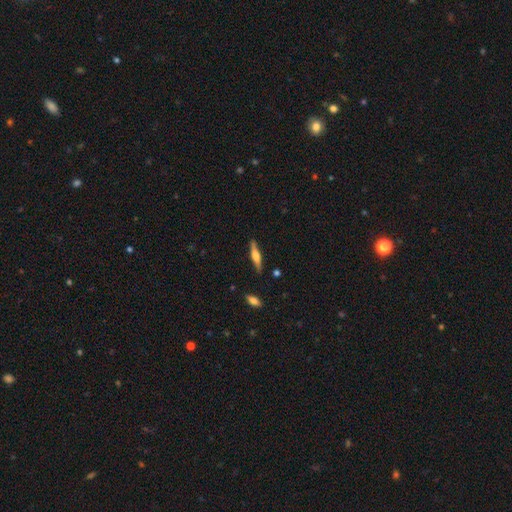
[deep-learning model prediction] Smooth or featured: featured or disk — 55% (smooth — 40%)
Edge-on disk: yes — 96% (no — 4%)
Edge-on bulge: rounded — 80% (boxy — 14%)
Merging: none — 86% (minor disturbance — 10%)